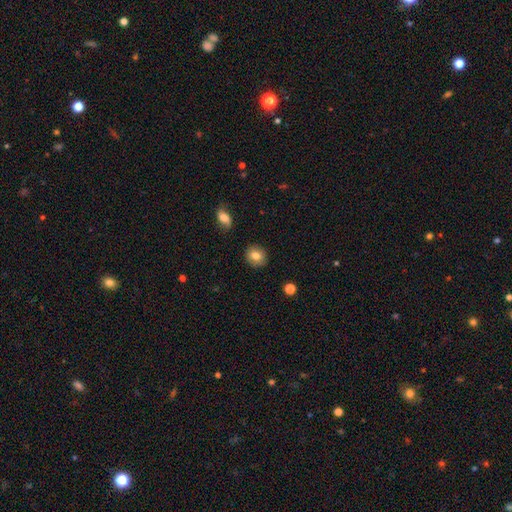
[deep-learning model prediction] Smooth or featured: smooth — 81% (featured or disk — 10%)
How rounded: round — 80% (in between — 19%)
Merging: none — 89% (minor disturbance — 8%)